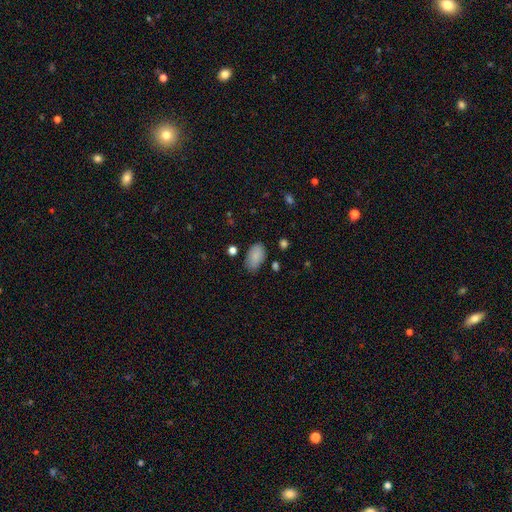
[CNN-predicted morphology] smooth-or-featured: smooth: 85% | featured or disk: 8% | star or artifact: 7%
  how-rounded: in between: 94% | round: 5% | cigar-shaped: 1%
  merging: none: 76% | minor disturbance: 18% | major disturbance: 4% | merger: 2%